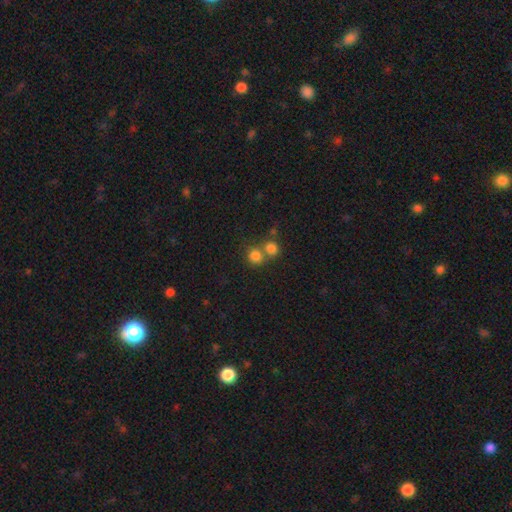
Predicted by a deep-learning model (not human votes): smooth 80%, star or artifact 13%, featured or disk 7%. Down the decision tree: how rounded — round (84%); merging — none (48%).